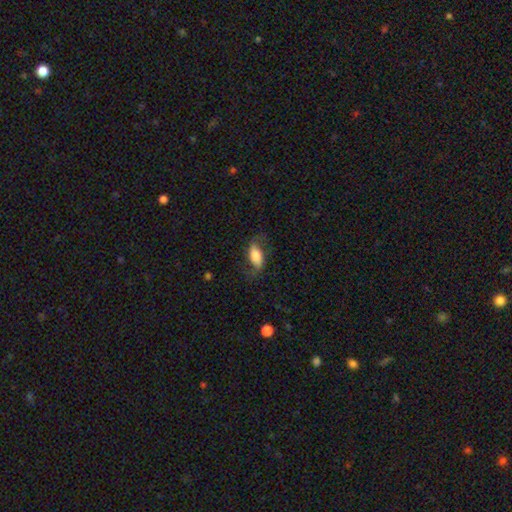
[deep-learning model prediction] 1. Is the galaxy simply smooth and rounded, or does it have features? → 55% smooth, 38% featured or disk, 7% star or artifact.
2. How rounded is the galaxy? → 85% in between, 10% cigar-shaped, 5% round.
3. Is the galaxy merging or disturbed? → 65% none, 21% minor disturbance, 13% major disturbance, 1% merger.